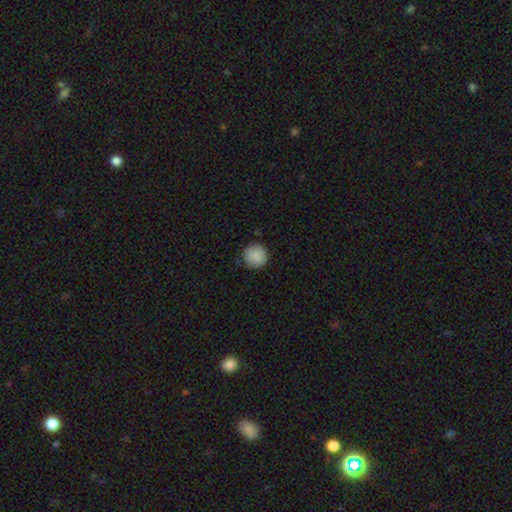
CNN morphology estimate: Smooth or featured? Predicted: smooth (p=0.89). How rounded? Predicted: round (p=0.94). Merging? Predicted: none (p=0.85).